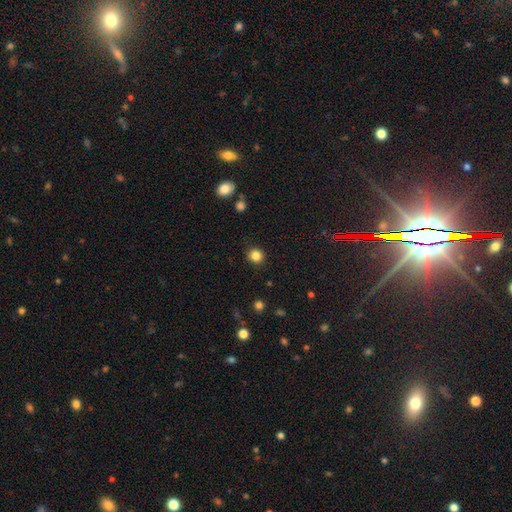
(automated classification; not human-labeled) This is clearly a smooth galaxy (84%). How rounded: clearly round (88%). Merging: clearly none (90%).